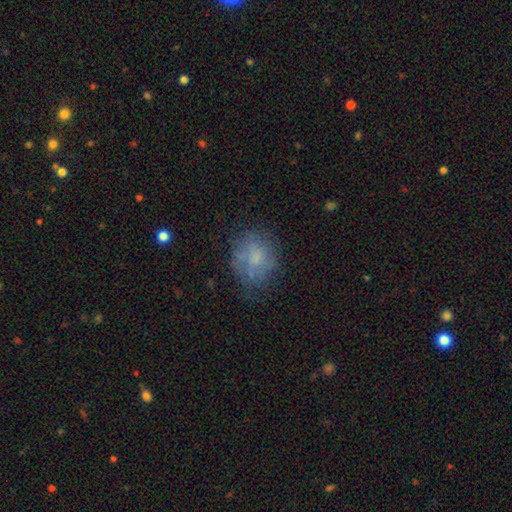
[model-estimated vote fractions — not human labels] A smooth galaxy with no disk features (62%) that is round (56%).

Vote fractions:
- Smooth or featured? smooth: 62% / featured or disk: 26% / star or artifact: 12%
- How rounded? round: 56% / in between: 43% / cigar-shaped: 1%
- Merging? none: 64% / minor disturbance: 23% / major disturbance: 11% / merger: 2%